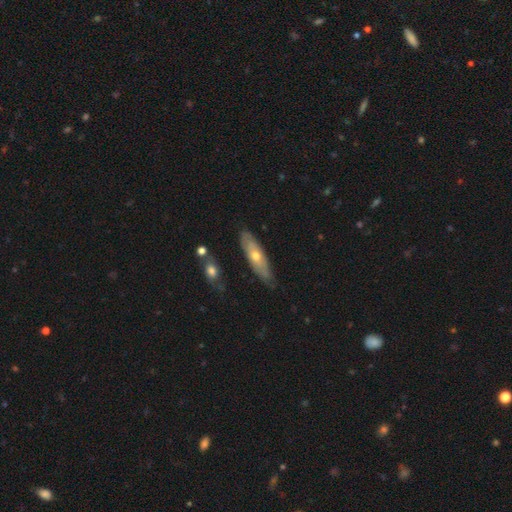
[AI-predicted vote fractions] The model was most divided on "edge-on disk": no: 53%, yes: 47%. More confident: merging — none (77%); smooth or featured — featured or disk (52%).